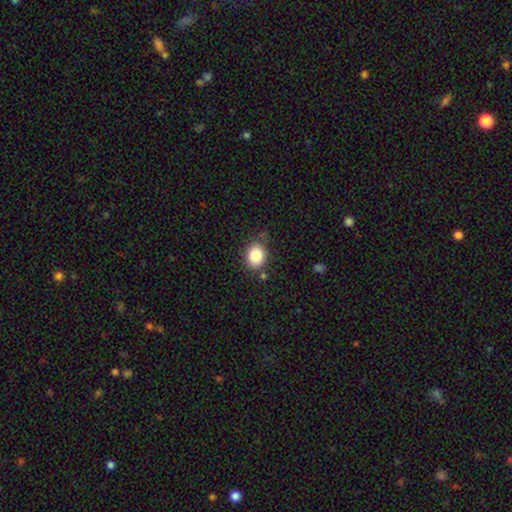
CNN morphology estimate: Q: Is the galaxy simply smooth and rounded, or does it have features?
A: smooth — 83%.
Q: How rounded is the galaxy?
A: round — 53%.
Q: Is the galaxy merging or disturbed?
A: none — 81%.